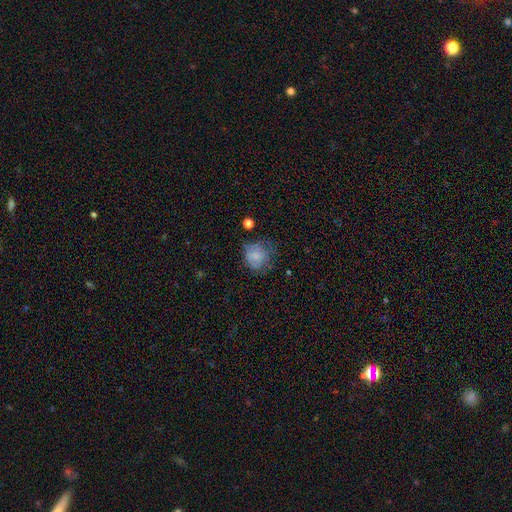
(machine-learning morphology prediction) Smooth or featured? Predicted: smooth (p=0.69). How rounded? Predicted: round (p=0.73). Merging? Predicted: none (p=0.53).